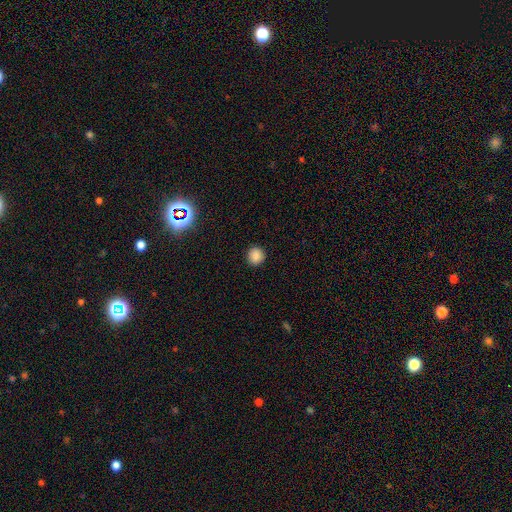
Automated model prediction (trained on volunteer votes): This appears to be a smooth galaxy with no disk features (85%) that is round (90%). Merging: none (91%).